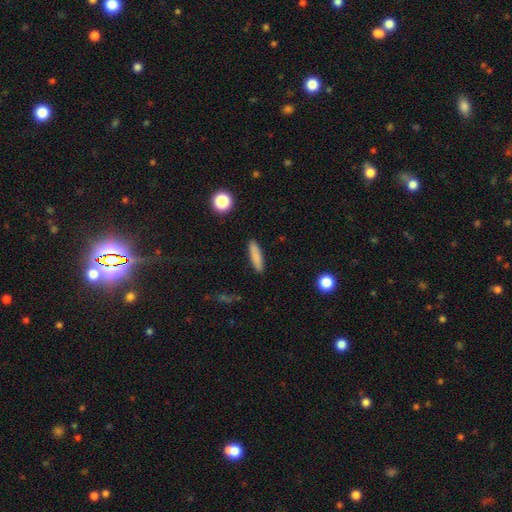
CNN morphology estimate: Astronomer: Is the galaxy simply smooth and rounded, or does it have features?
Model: smooth — 84%.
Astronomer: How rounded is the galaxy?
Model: cigar-shaped — 78%.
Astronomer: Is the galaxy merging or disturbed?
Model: none — 89%.